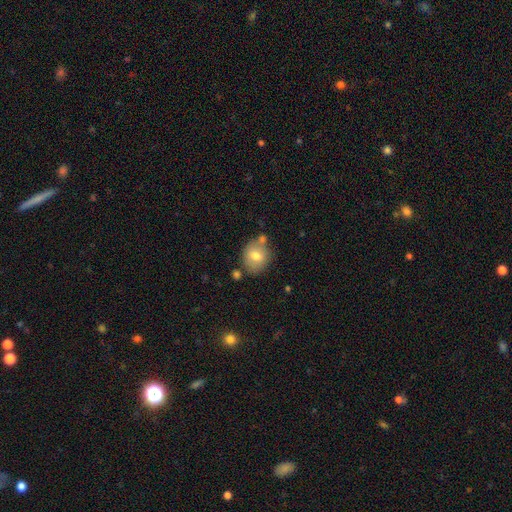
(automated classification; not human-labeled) Q: Smooth or featured?
A: smooth (71%); runner-up: featured or disk (20%)
Q: How rounded?
A: round (68%); runner-up: in between (31%)
Q: Merging?
A: none (67%); runner-up: minor disturbance (16%)